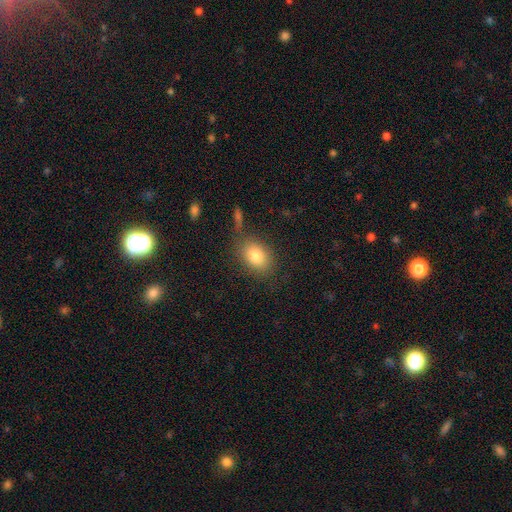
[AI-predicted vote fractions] Smooth or featured: smooth — 81% (featured or disk — 10%)
How rounded: in between — 75% (round — 24%)
Merging: none — 75% (minor disturbance — 14%)